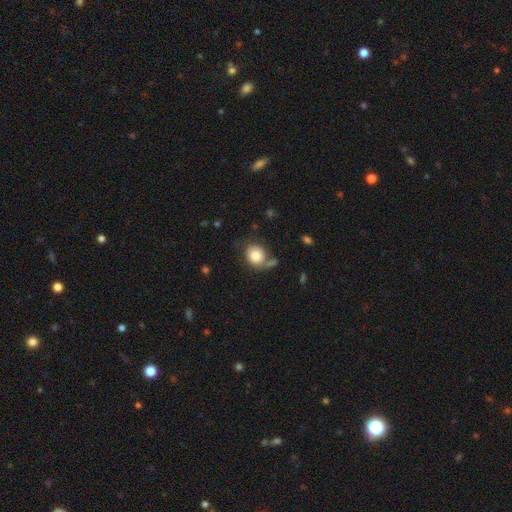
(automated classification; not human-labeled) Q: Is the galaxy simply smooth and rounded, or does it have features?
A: smooth — 81%.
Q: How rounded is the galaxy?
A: round — 71%.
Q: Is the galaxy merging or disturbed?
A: none — 60%.